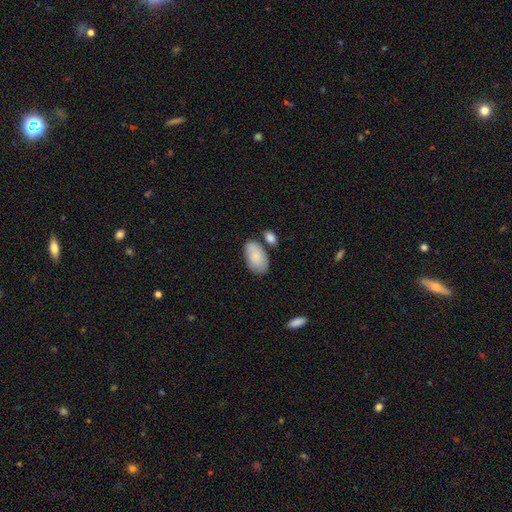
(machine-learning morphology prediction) A smooth galaxy with no disk features (82%) that is in between round and cigar-shaped (95%).

Vote fractions:
- Smooth or featured? smooth: 82% / featured or disk: 12% / star or artifact: 5%
- How rounded? in between: 95% / round: 4% / cigar-shaped: 2%
- Merging? none: 63% / minor disturbance: 19% / merger: 14% / major disturbance: 5%